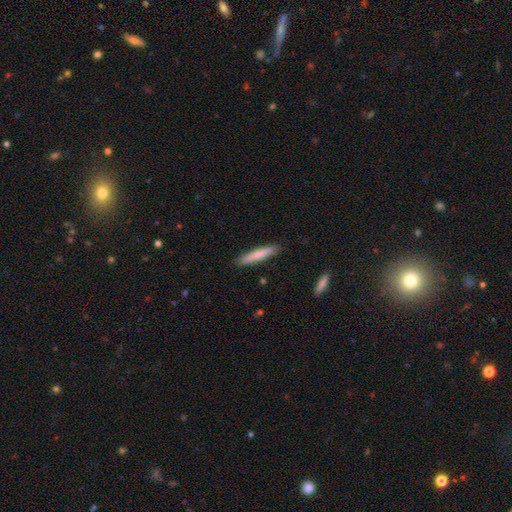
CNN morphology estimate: Q: Smooth or featured?
A: smooth (75%); runner-up: featured or disk (19%)
Q: How rounded?
A: cigar-shaped (91%); runner-up: in between (7%)
Q: Merging?
A: none (89%); runner-up: minor disturbance (8%)